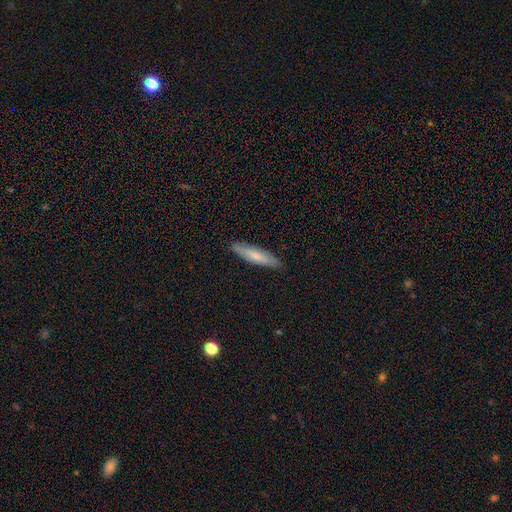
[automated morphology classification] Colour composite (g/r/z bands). It shows a smooth galaxy with no disk features (66%) that is cigar-shaped (82%). Merging: none (88%).